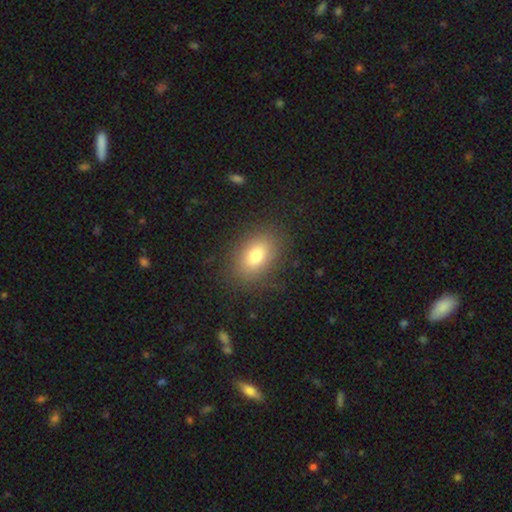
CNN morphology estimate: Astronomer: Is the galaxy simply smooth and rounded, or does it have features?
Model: smooth — 80%.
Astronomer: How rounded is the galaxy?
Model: in between — 85%.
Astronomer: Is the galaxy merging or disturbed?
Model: none — 85%.